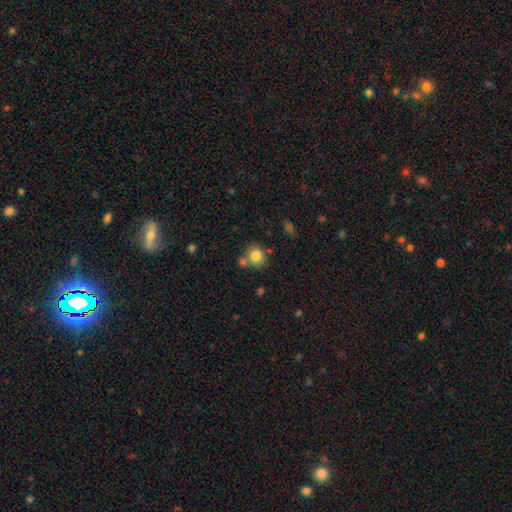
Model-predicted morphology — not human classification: The model was most divided on "merging": none: 63%, merger: 20%, minor disturbance: 13%, major disturbance: 4%. More confident: smooth or featured — smooth (82%); how rounded — round (78%).